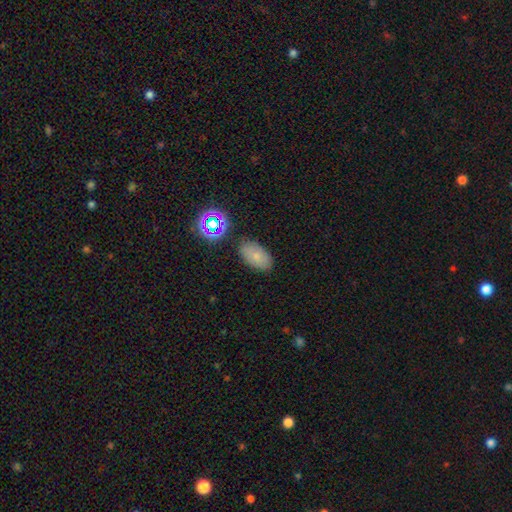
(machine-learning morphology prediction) Smooth or featured?
  - smooth: 74% *
  - star or artifact: 13%
  - featured or disk: 13%
How rounded?
  - in between: 92% *
  - round: 6%
  - cigar-shaped: 2%
Merging?
  - none: 79% *
  - minor disturbance: 13%
  - merger: 4%
  - major disturbance: 3%